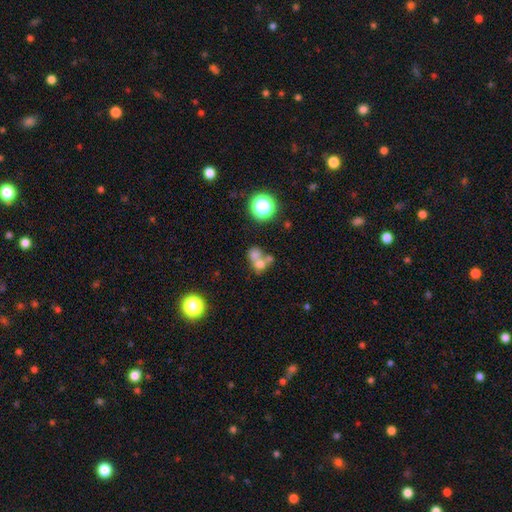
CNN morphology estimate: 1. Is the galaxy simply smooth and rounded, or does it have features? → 61% smooth, 20% featured or disk, 19% star or artifact.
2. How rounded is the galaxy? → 69% round, 30% in between, 1% cigar-shaped.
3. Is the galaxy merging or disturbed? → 62% merger, 27% none, 6% minor disturbance, 5% major disturbance.